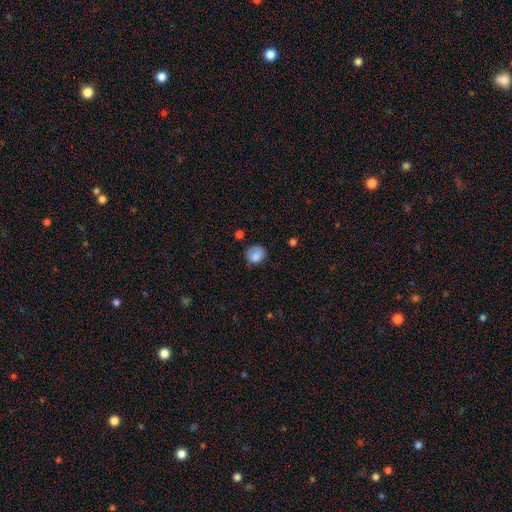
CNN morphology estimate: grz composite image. It shows a smooth galaxy with no disk features (82%) that is round (74%). Merging: none (62%).